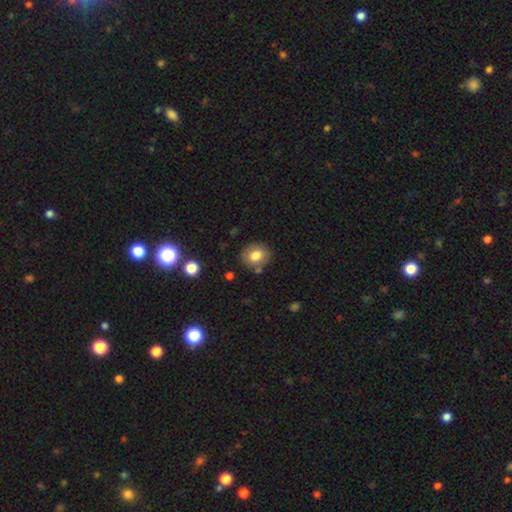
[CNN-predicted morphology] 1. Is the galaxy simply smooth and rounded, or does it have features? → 79% smooth, 11% featured or disk, 10% star or artifact.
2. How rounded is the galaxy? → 67% round, 32% in between, 1% cigar-shaped.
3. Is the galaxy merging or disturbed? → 78% none, 13% minor disturbance, 6% merger, 3% major disturbance.